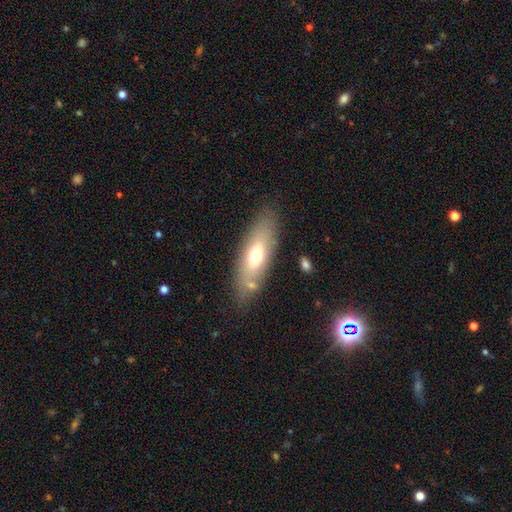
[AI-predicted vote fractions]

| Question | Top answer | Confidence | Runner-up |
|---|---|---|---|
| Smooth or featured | smooth | 62% | featured or disk (31%) |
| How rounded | in between | 66% | cigar-shaped (31%) |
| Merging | none | 77% | minor disturbance (13%) |